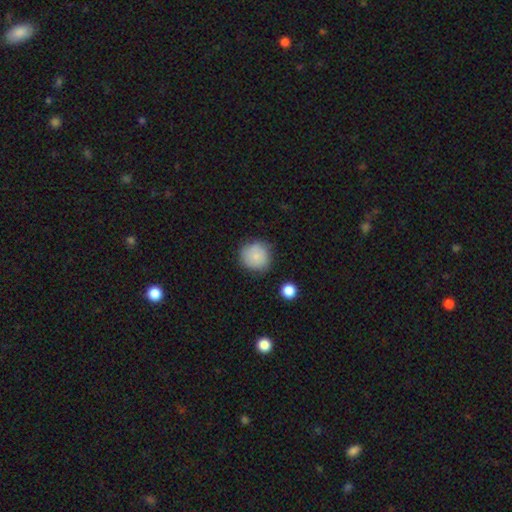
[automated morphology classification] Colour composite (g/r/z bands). It shows a smooth galaxy with no disk features (82%) that is round (91%). Merging: none (77%).